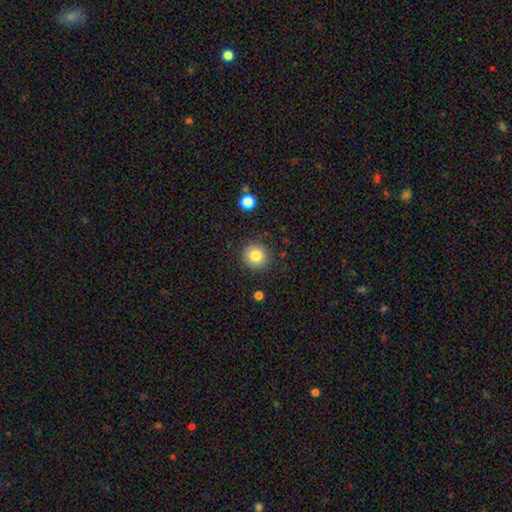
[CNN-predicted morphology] A smooth galaxy with no disk features (82%) that is round (93%).

Vote fractions:
- Smooth or featured? smooth: 82% / star or artifact: 10% / featured or disk: 7%
- How rounded? round: 93% / in between: 7% / cigar-shaped: 1%
- Merging? none: 88% / minor disturbance: 8% / major disturbance: 2% / merger: 2%